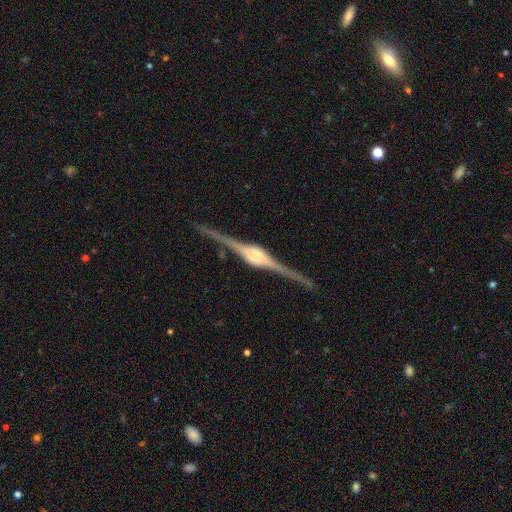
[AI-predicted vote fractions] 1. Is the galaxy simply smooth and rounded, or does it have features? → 92% featured or disk, 4% star or artifact, 4% smooth.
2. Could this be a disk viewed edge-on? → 98% yes, 2% no.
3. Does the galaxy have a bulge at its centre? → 81% rounded, 17% boxy, 2% none.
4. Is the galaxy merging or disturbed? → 87% none, 10% minor disturbance, 2% major disturbance, 1% merger.